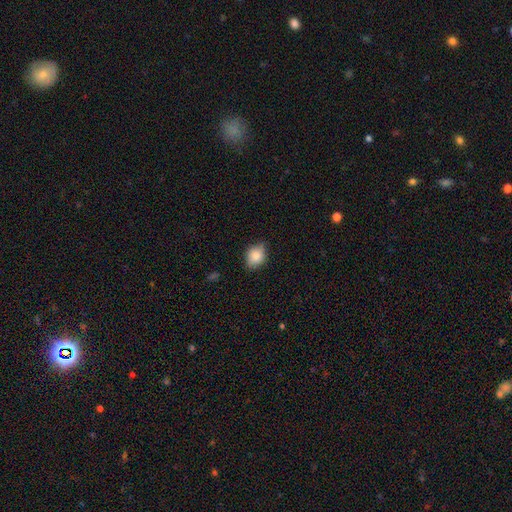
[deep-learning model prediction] Smooth or featured? Predicted: smooth (p=0.78). How rounded? Predicted: round (p=0.51). Merging? Predicted: none (p=0.75).